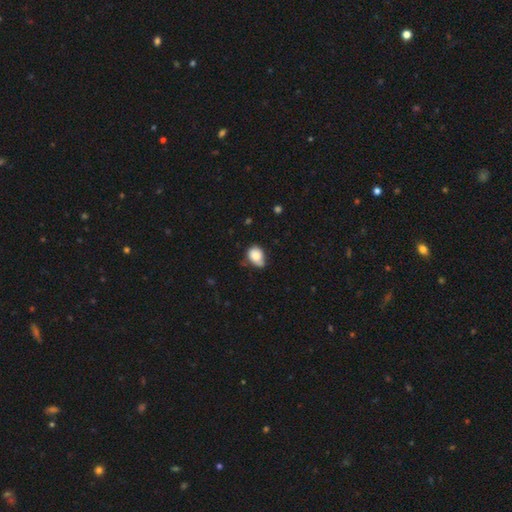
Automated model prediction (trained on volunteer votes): Smooth or featured: smooth — 81% (featured or disk — 11%)
How rounded: in between — 66% (round — 33%)
Merging: none — 42% (tied with minor disturbance — 42%)